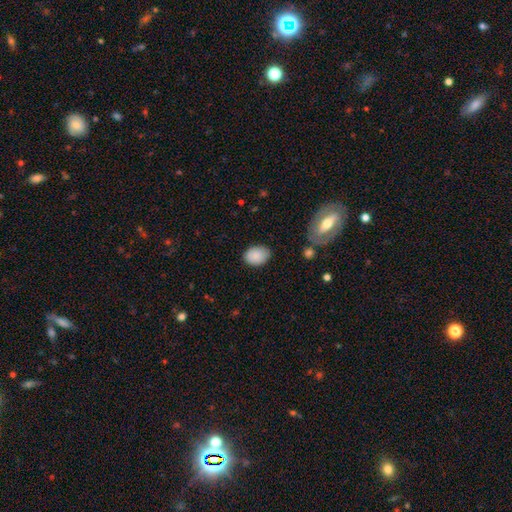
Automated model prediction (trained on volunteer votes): This is clearly a smooth galaxy (88%). How rounded: likely in between (75%). Merging: clearly none (81%).